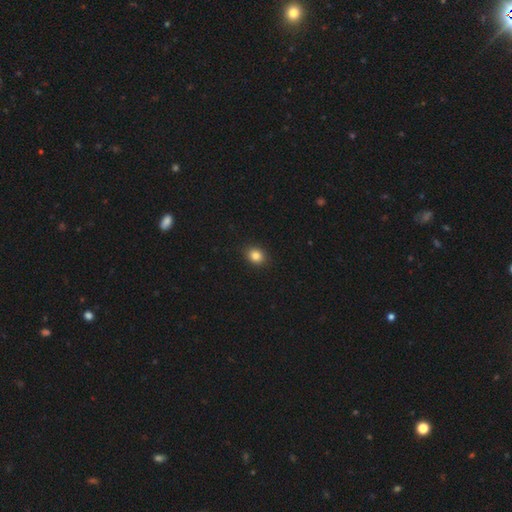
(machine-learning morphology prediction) This is clearly a smooth galaxy (84%). How rounded: likely round (61%). Merging: clearly none (91%).